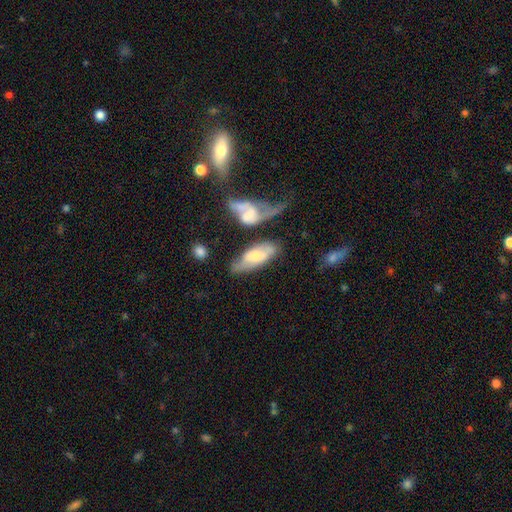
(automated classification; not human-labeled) A smooth galaxy with no disk features (48%). Merging: none (43%).